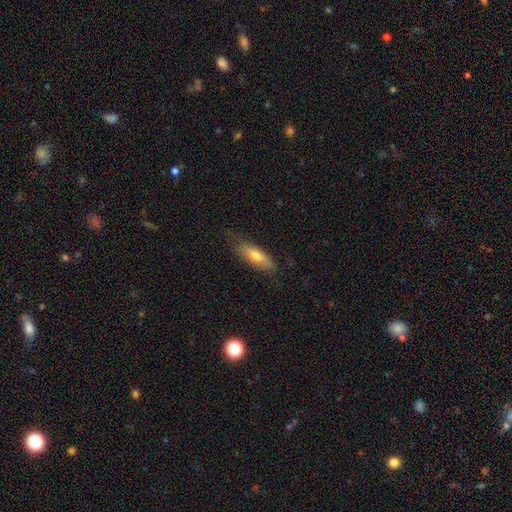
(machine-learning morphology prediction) This is likely a smooth galaxy (69%). How rounded: possibly in between (58%). Merging: likely none (73%).